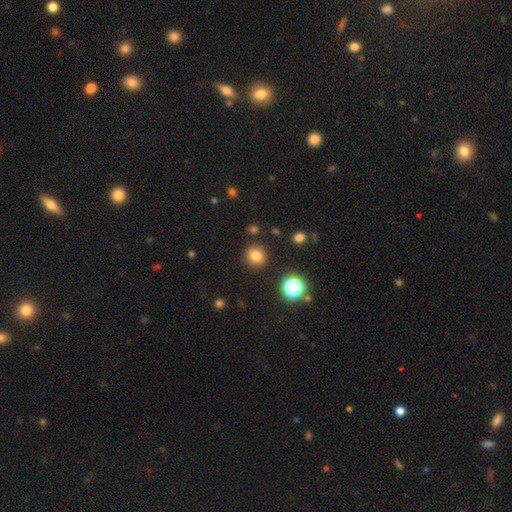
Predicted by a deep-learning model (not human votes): Smooth or featured? Predicted: smooth (p=0.80). How rounded? Predicted: round (p=0.87). Merging? Predicted: none (p=0.88).